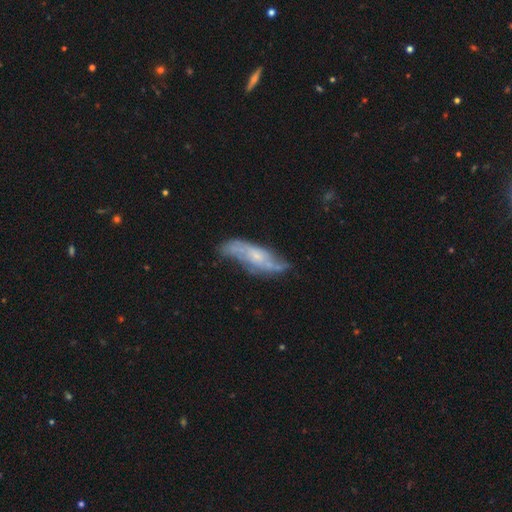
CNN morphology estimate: A featured or disk galaxy (69%) with no bar (65%), spiral arms (82%) and a small central bulge (58%). Merging: none (61%).